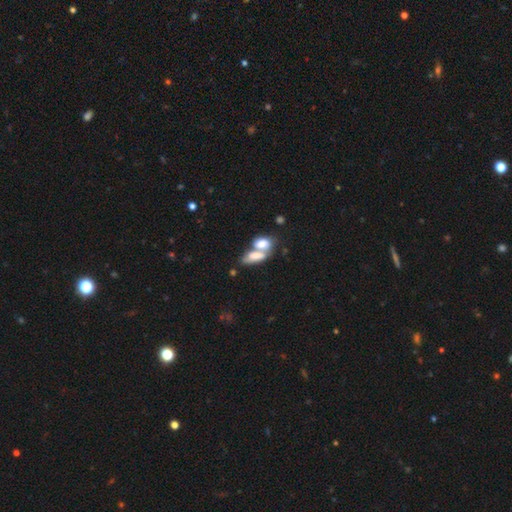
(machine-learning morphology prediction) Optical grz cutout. It shows a smooth galaxy with no disk features (72%) that is in between round and cigar-shaped (84%). Merging: merger (70%).